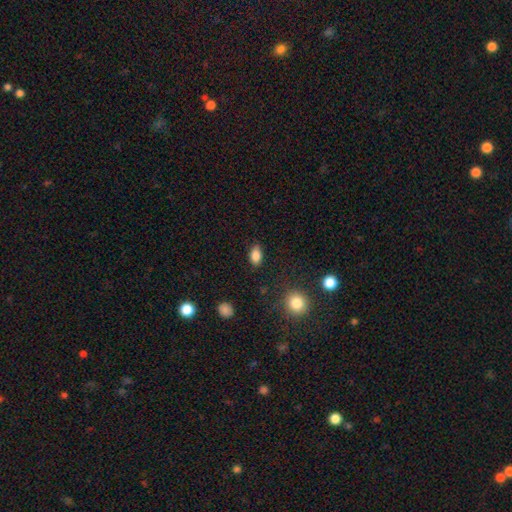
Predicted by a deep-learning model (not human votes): This is clearly a smooth galaxy (85%). How rounded: clearly in between (87%). Merging: clearly none (84%).